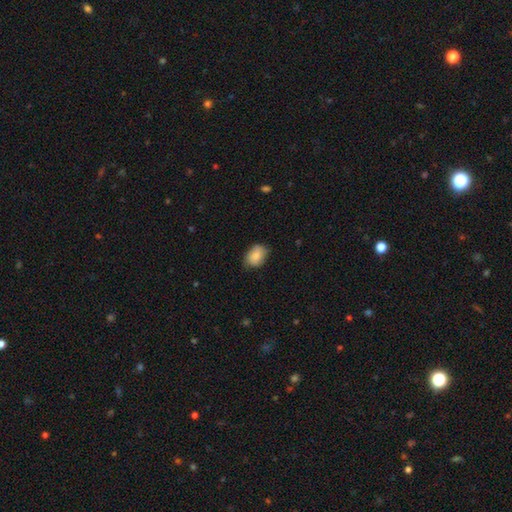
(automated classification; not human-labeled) Q: Smooth or featured?
A: smooth (84%); runner-up: featured or disk (9%)
Q: How rounded?
A: in between (75%); runner-up: round (24%)
Q: Merging?
A: none (72%); runner-up: minor disturbance (23%)